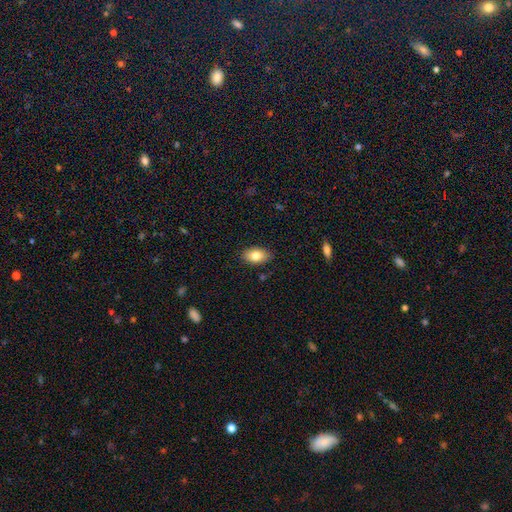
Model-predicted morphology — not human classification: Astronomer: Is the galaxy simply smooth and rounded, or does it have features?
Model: smooth — 80%.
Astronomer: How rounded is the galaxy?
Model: in between — 92%.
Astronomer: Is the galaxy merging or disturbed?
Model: none — 87%.